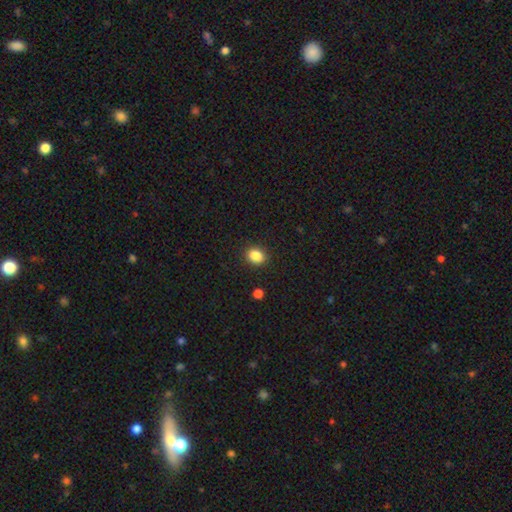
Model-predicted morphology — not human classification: Q: Smooth or featured?
A: smooth (86%); runner-up: star or artifact (10%)
Q: How rounded?
A: round (55%); runner-up: in between (44%)
Q: Merging?
A: none (89%); runner-up: minor disturbance (7%)